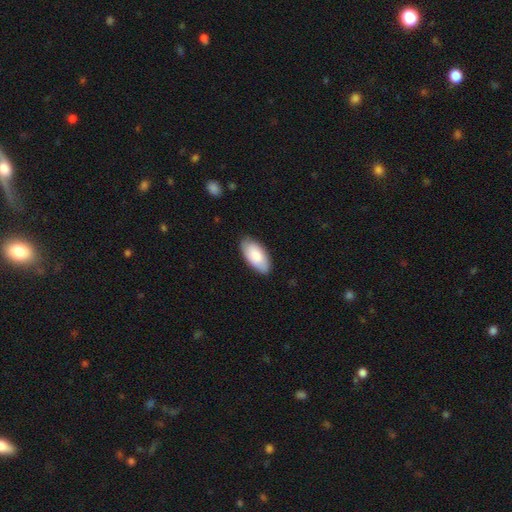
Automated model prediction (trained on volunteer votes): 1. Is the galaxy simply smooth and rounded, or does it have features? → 84% smooth, 10% featured or disk, 5% star or artifact.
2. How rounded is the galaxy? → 94% in between, 4% cigar-shaped, 2% round.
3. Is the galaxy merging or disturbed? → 84% none, 12% minor disturbance, 2% major disturbance, 1% merger.